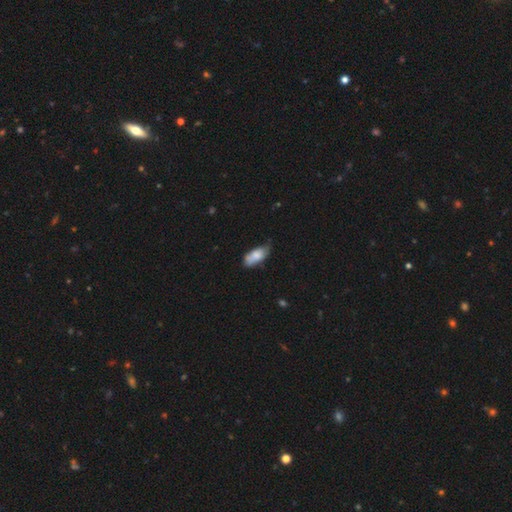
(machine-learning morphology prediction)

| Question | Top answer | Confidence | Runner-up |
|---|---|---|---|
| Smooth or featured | smooth | 77% | featured or disk (17%) |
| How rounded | in between | 86% | cigar-shaped (12%) |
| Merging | none | 51% | minor disturbance (38%) |